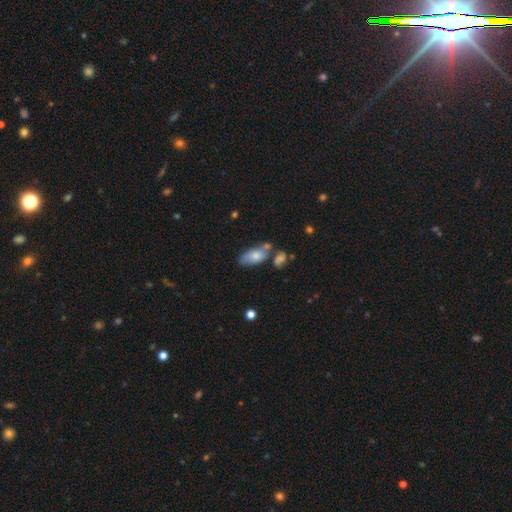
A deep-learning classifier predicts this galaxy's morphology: Overall: smooth (76%). How rounded: in between (90%). Merging: none (48%; merger 25%).